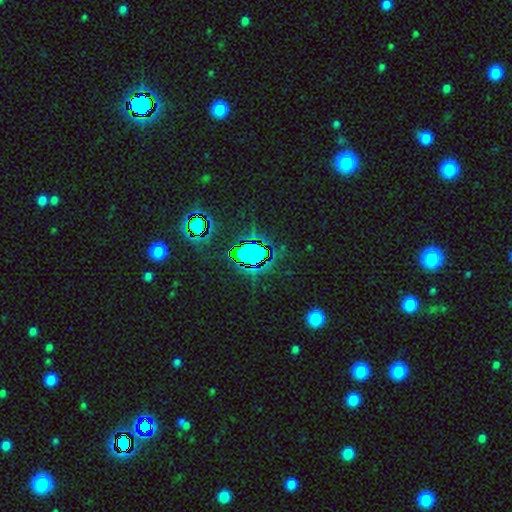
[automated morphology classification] star or artifact 75%, smooth 15%, featured or disk 11%.